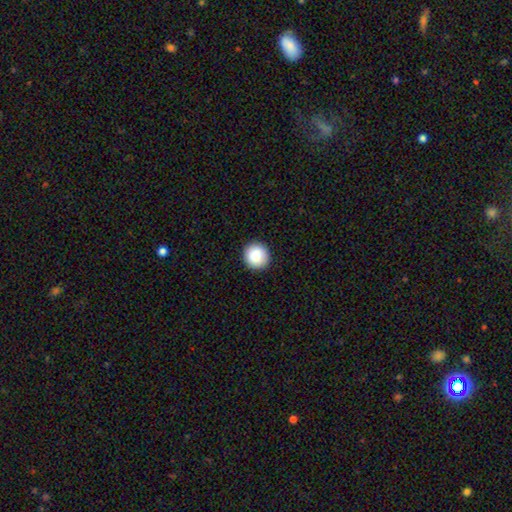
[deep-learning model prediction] A smooth galaxy with no disk features (85%) that is round (93%).

Vote fractions:
- Smooth or featured? smooth: 85% / star or artifact: 8% / featured or disk: 6%
- How rounded? round: 93% / in between: 6% / cigar-shaped: 1%
- Merging? none: 91% / minor disturbance: 6% / major disturbance: 2% / merger: 1%